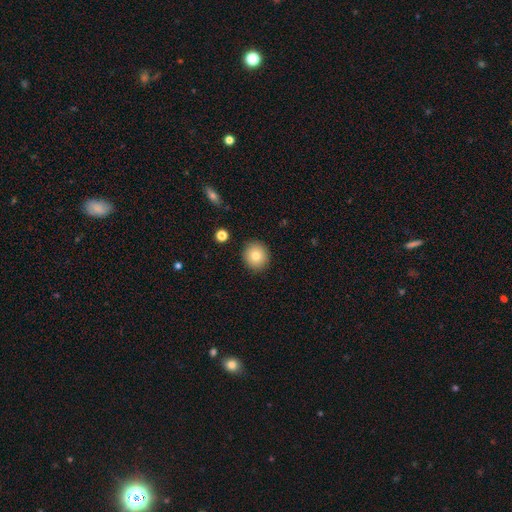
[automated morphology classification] This appears to be a smooth galaxy with no disk features (80%) that is round (91%). Merging: none (91%).